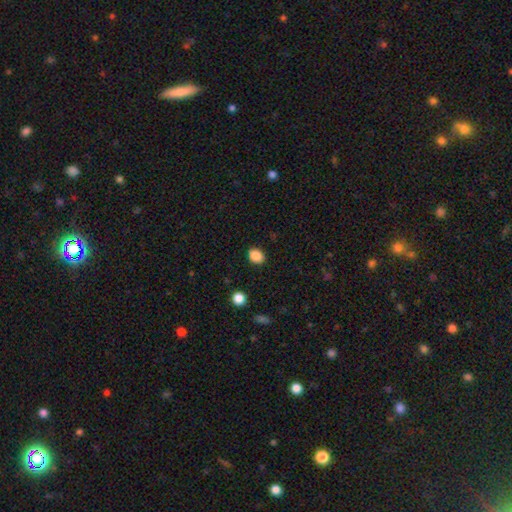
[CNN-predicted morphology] The model was most divided on "how rounded": in between: 54%, round: 45%, cigar-shaped: 1%. More confident: merging — none (88%); smooth or featured — smooth (87%).